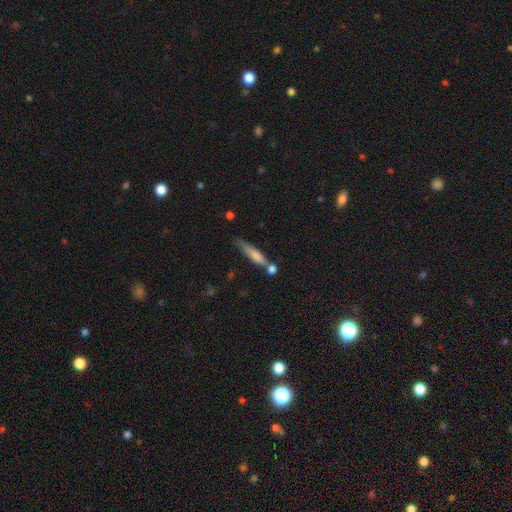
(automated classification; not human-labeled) Smooth or featured? Predicted: smooth (p=0.69). How rounded? Predicted: cigar-shaped (p=0.79). Merging? Predicted: none (p=0.43).